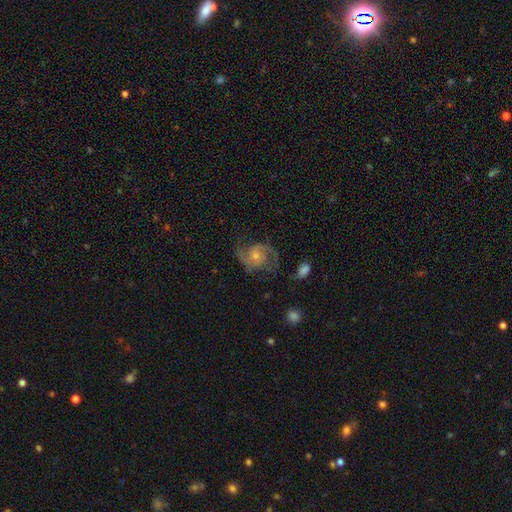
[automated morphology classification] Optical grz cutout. It shows a featured or disk galaxy (85%) with no bar (65%), 2 (83%) medium (55%) spiral arms (96%) and a small central bulge (49%). Merging: none (70%).